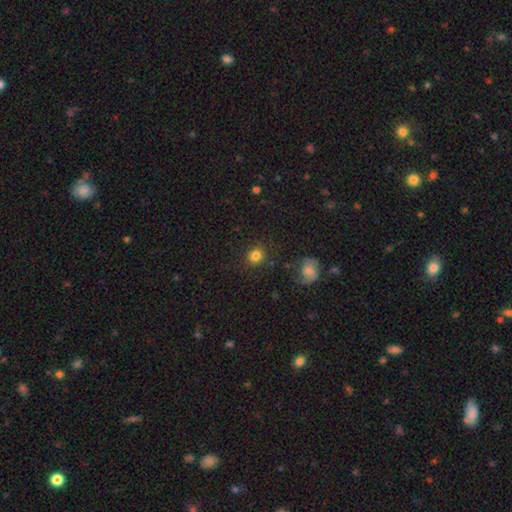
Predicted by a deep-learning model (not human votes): smooth-or-featured: smooth: 82% | star or artifact: 11% | featured or disk: 6%
  how-rounded: round: 86% | in between: 13% | cigar-shaped: 1%
  merging: none: 87% | minor disturbance: 7% | major disturbance: 3% | merger: 2%